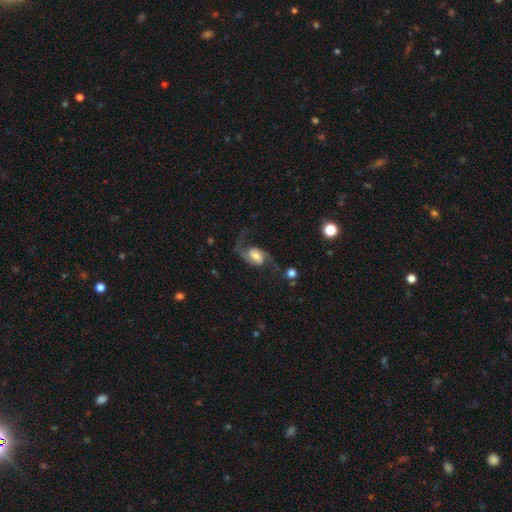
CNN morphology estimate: A featured or disk galaxy (84%) with no bar (49%), 2 (92%) loose (69%) spiral arms (96%) and a moderate central bulge (54%). Merging: none (65%).